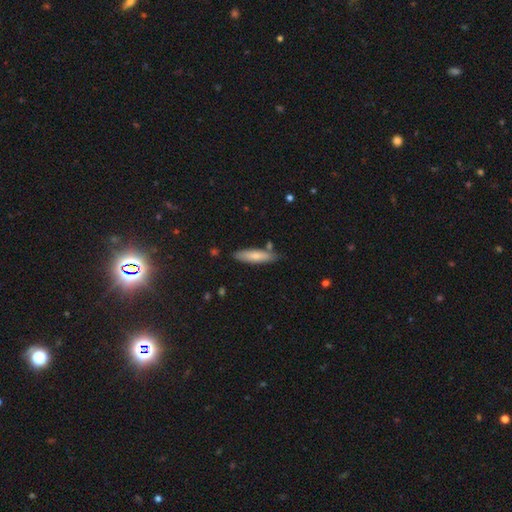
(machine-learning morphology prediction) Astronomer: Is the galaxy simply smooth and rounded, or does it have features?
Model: smooth — 76%.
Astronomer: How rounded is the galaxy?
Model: cigar-shaped — 70%.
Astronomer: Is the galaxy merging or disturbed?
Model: none — 80%.